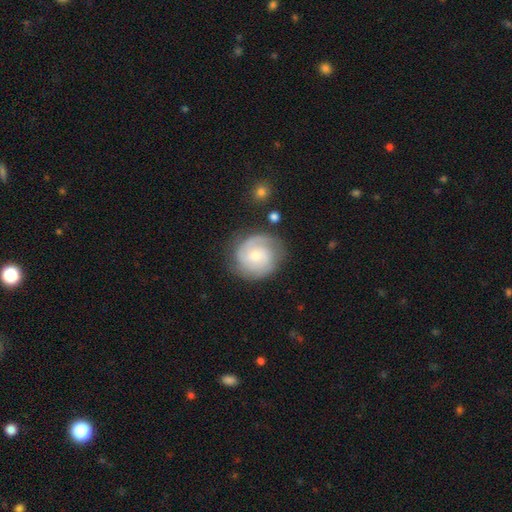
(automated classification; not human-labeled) Smooth or featured? Predicted: featured or disk (p=0.72). Edge-on disk? Predicted: no (p=0.98). Bar? Predicted: no (p=0.62). Spiral arms? Predicted: yes (p=0.94). Spiral winding? Predicted: tight (p=0.54). Spiral arm count? Predicted: 2 (p=0.52). Bulge size? Predicted: small (p=0.56). Merging? Predicted: none (p=0.74).